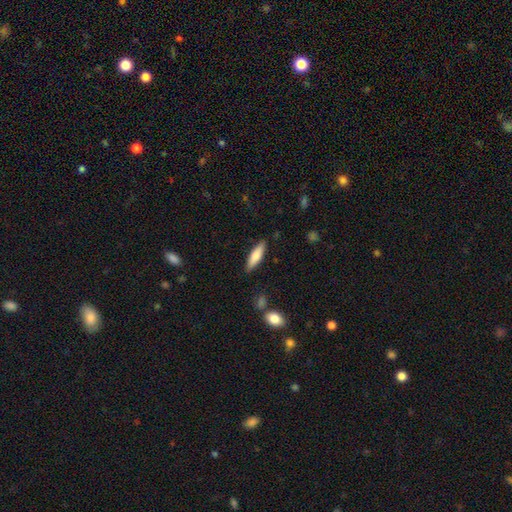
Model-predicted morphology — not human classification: This is likely a smooth galaxy (71%). How rounded: likely cigar-shaped (65%). Merging: clearly none (86%).